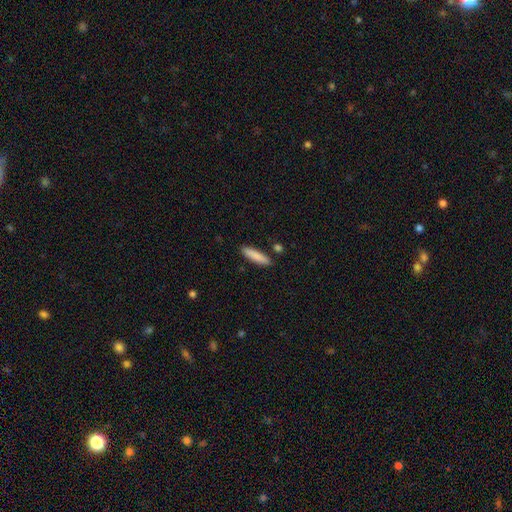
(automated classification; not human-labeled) smooth-or-featured: smooth: 86% | featured or disk: 9% | star or artifact: 6%
  how-rounded: cigar-shaped: 80% | in between: 19% | round: 1%
  merging: none: 87% | minor disturbance: 8% | merger: 3% | major disturbance: 2%